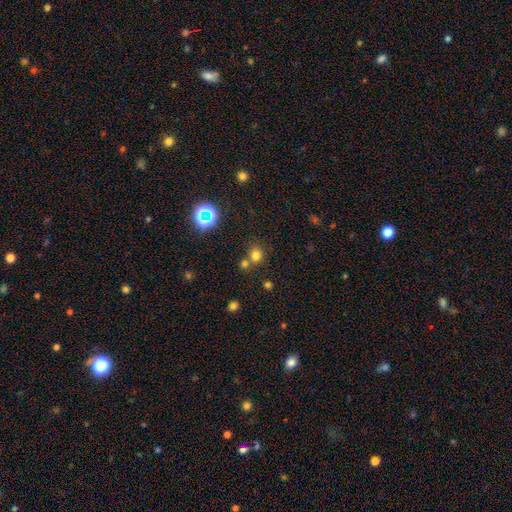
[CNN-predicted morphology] Overall: smooth (72%). How rounded: round (77%). Merging: none (60%; merger 27%).